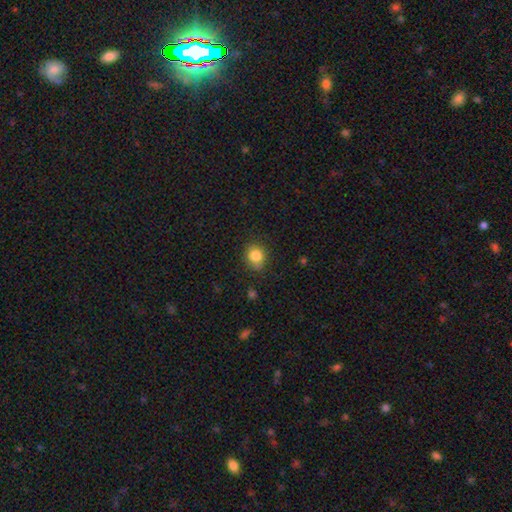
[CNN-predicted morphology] smooth_or_featured: smooth (p=0.83) [alt: star or artifact p=0.11]
how_rounded: round (p=0.78) [alt: in between p=0.21]
merging: none (p=0.79) [alt: minor disturbance p=0.15]